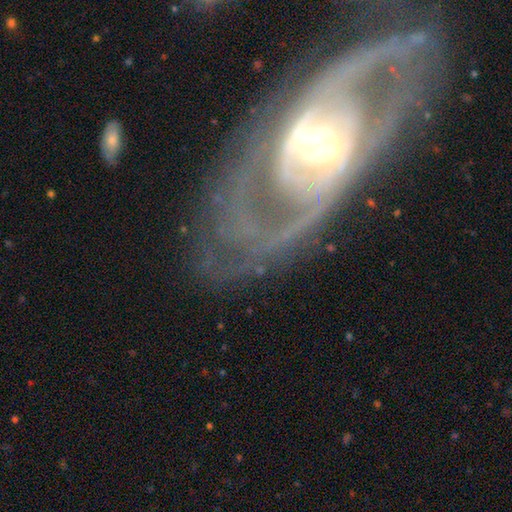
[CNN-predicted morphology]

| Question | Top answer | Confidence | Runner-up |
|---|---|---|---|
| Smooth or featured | featured or disk | 84% | smooth (9%) |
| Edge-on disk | no | 90% | yes (10%) |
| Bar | strong | 37% | weak (34%) |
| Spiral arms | yes | 78% | no (22%) |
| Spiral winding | tight | 43% | medium (37%) |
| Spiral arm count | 2 | 52% | can't tell (27%) |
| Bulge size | moderate | 53% | small (33%) |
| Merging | none | 61% | major disturbance (20%) |